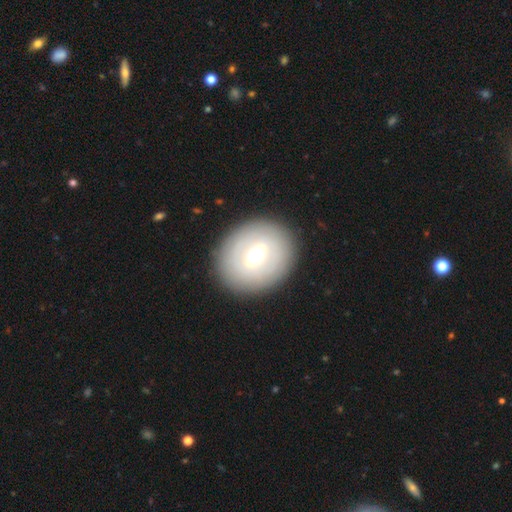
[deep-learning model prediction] Smooth or featured?
  - featured or disk: 48% *
  - smooth: 43%
  - star or artifact: 9%
Merging?
  - none: 85% *
  - minor disturbance: 9%
  - major disturbance: 4%
  - merger: 1%